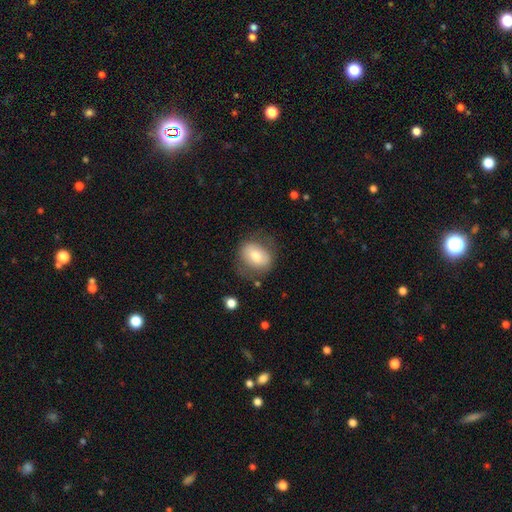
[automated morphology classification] Q: Smooth or featured?
A: smooth (68%); runner-up: featured or disk (26%)
Q: How rounded?
A: in between (62%); runner-up: round (37%)
Q: Merging?
A: none (65%); runner-up: minor disturbance (21%)